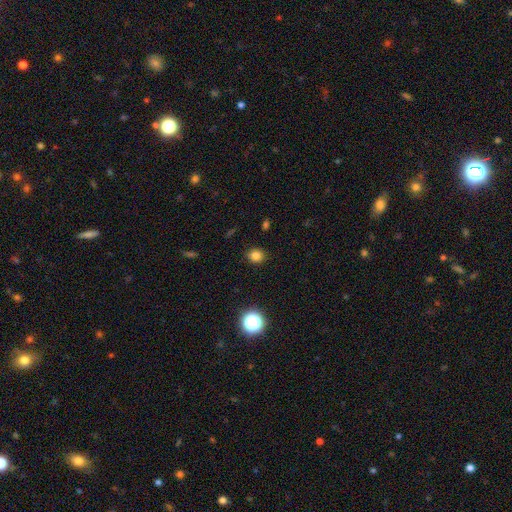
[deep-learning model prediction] smooth_or_featured: smooth (p=0.80) [alt: star or artifact p=0.15]
how_rounded: round (p=0.80) [alt: in between p=0.19]
merging: none (p=0.88) [alt: minor disturbance p=0.08]